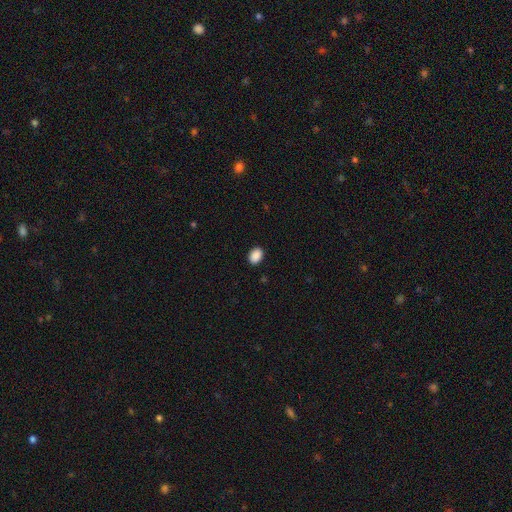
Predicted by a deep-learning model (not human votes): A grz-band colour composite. It shows a smooth galaxy with no disk features (90%) that is in between round and cigar-shaped (76%). Merging: none (89%).